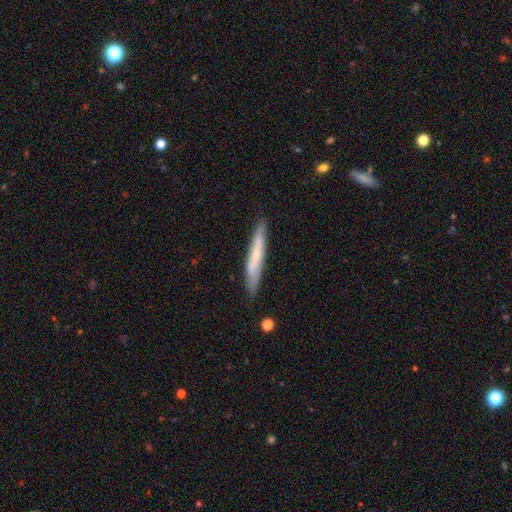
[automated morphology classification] The model was most divided on "smooth or featured": smooth: 57%, featured or disk: 37%, star or artifact: 6%. More confident: how rounded — cigar-shaped (95%); merging — none (85%).